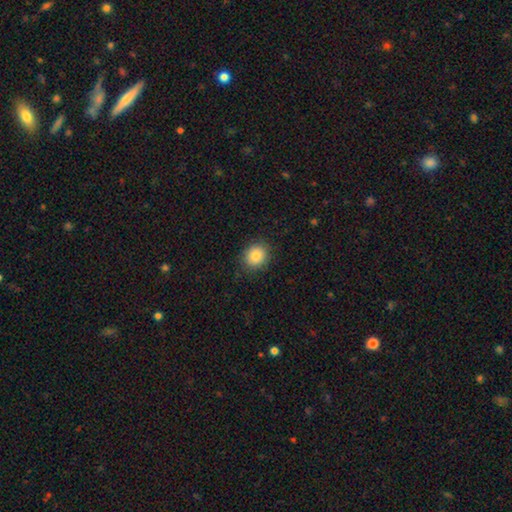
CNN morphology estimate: This is clearly a smooth galaxy (85%). How rounded: clearly round (80%). Merging: clearly none (88%).